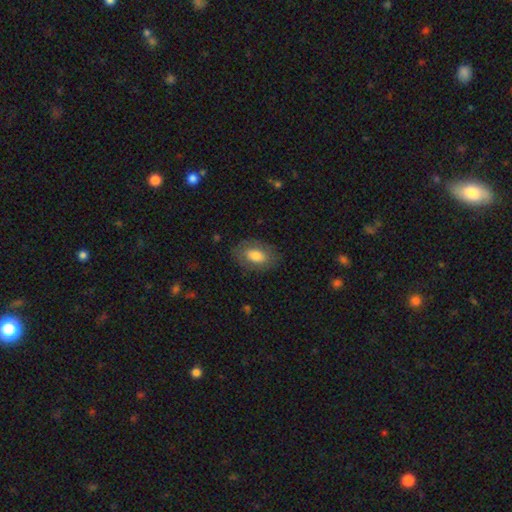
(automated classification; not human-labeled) A smooth galaxy with no disk features (74%) that is in between round and cigar-shaped (89%).

Vote fractions:
- Smooth or featured? smooth: 74% / featured or disk: 19% / star or artifact: 7%
- How rounded? in between: 89% / round: 10% / cigar-shaped: 2%
- Merging? none: 81% / minor disturbance: 13% / major disturbance: 5% / merger: 1%